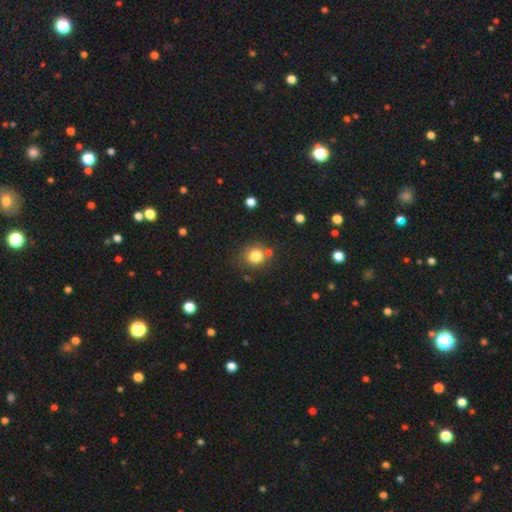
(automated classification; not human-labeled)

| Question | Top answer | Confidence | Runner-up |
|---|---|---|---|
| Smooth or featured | smooth | 81% | star or artifact (12%) |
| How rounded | round | 88% | in between (11%) |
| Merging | none | 71% | merger (13%) |